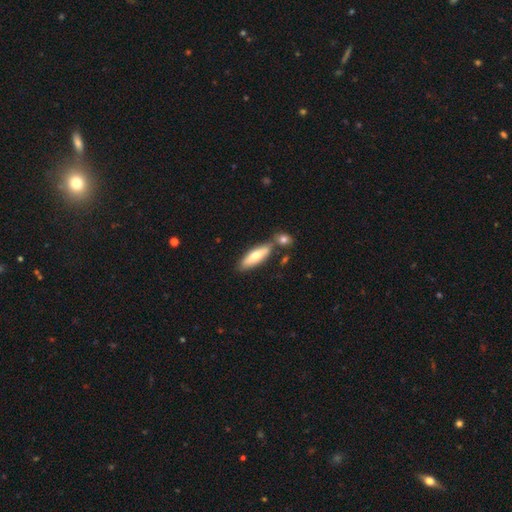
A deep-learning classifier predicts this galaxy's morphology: This appears to be a smooth galaxy with no disk features (67%) that is cigar-shaped (53%). Merging: none (67%).